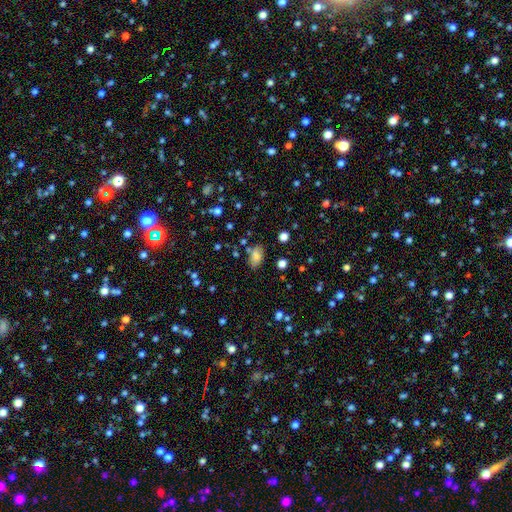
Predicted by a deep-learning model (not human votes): Smooth or featured? Predicted: smooth (p=0.79). How rounded? Predicted: in between (p=0.90). Merging? Predicted: none (p=0.74).